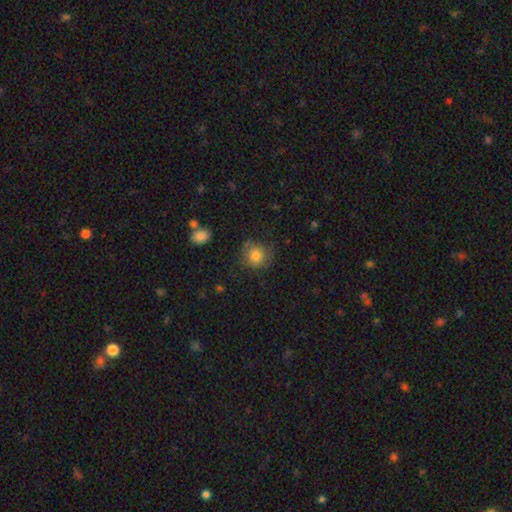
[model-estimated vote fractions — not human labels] Overall: smooth (74%). How rounded: round (87%). Merging: none (69%).